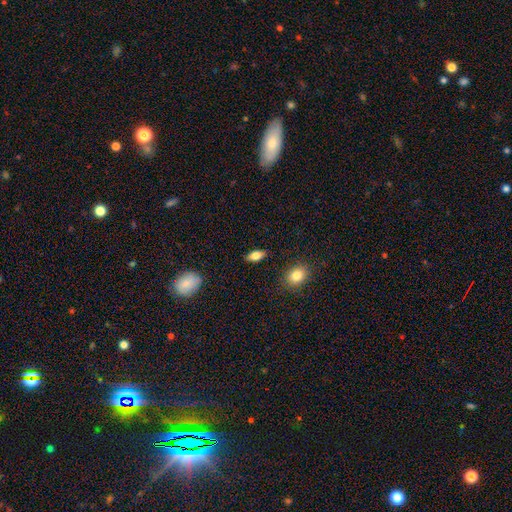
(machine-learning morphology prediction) Smooth or featured: smooth — 77% (featured or disk — 15%)
How rounded: in between — 86% (cigar-shaped — 9%)
Merging: none — 88% (minor disturbance — 9%)